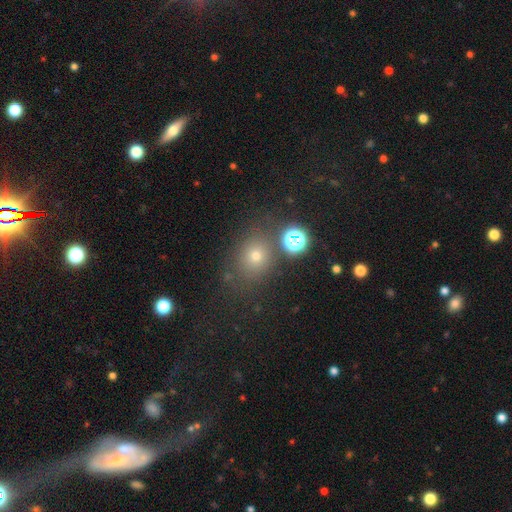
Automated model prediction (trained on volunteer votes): Smooth or featured? smooth (65%)
How rounded? round (68%)
Merging? none (74%)